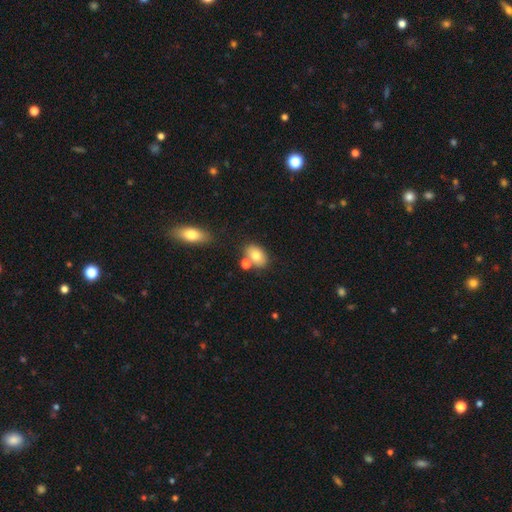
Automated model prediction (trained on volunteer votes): Smooth or featured?
  - smooth: 77% *
  - featured or disk: 14%
  - star or artifact: 9%
How rounded?
  - in between: 82% *
  - round: 17%
  - cigar-shaped: 1%
Merging?
  - none: 63% *
  - merger: 20%
  - minor disturbance: 13%
  - major disturbance: 4%